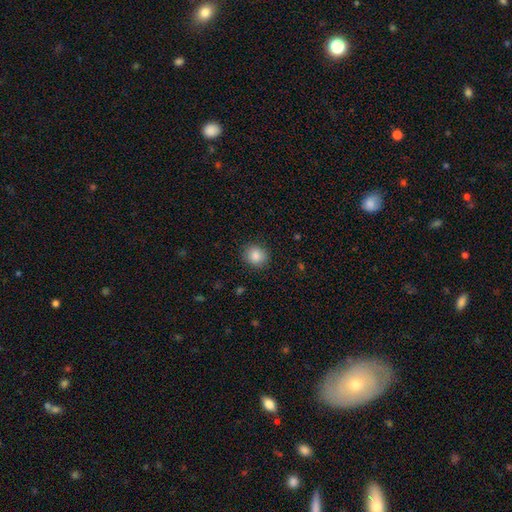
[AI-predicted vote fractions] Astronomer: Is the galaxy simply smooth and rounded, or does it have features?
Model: smooth — 87%.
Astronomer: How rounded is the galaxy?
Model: round — 78%.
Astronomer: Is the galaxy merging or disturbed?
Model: none — 88%.